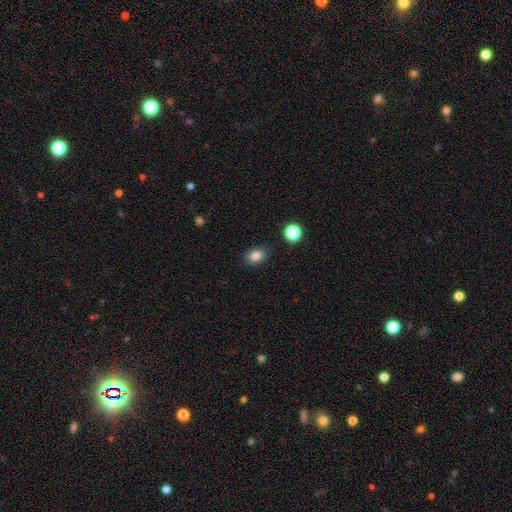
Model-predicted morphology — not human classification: Smooth or featured? smooth (83%)
How rounded? in between (75%)
Merging? none (87%)